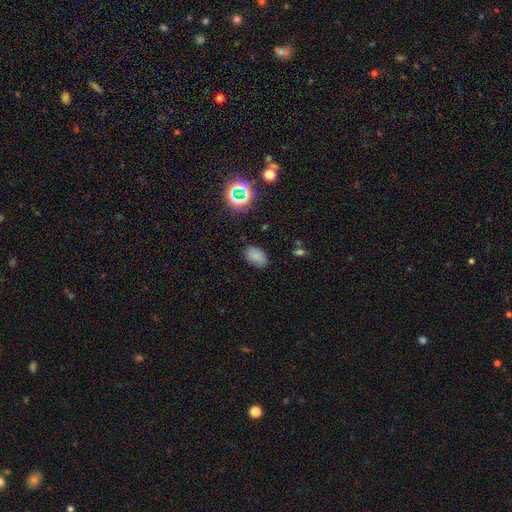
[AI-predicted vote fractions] Smooth or featured?
  - smooth: 77% *
  - star or artifact: 16%
  - featured or disk: 7%
How rounded?
  - in between: 90% *
  - round: 8%
  - cigar-shaped: 1%
Merging?
  - none: 81% *
  - minor disturbance: 14%
  - major disturbance: 4%
  - merger: 2%